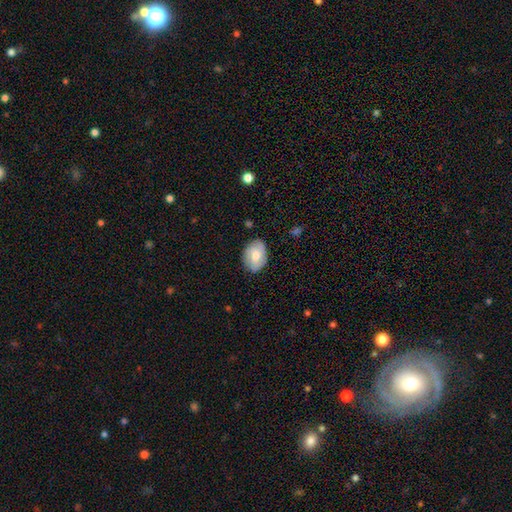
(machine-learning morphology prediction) smooth 62%, featured or disk 32%, star or artifact 7%. Down the decision tree: how rounded — in between (72%); merging — none (79%).